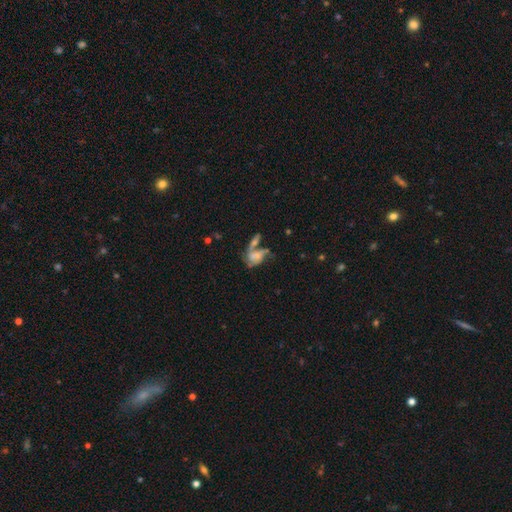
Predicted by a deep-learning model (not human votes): Smooth or featured?
  - smooth: 47% *
  - featured or disk: 41%
  - star or artifact: 12%
Merging?
  - merger: 45% *
  - major disturbance: 21%
  - none: 21%
  - minor disturbance: 13%